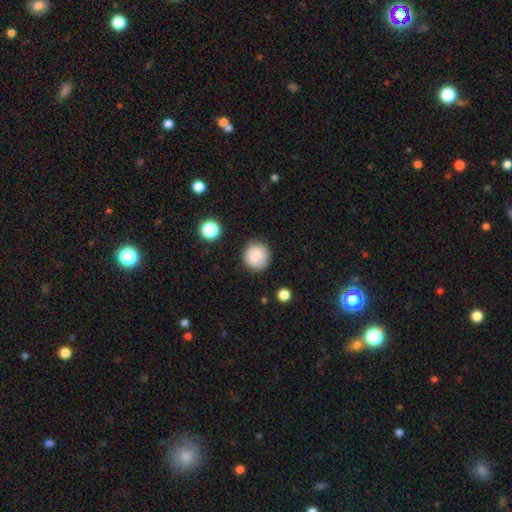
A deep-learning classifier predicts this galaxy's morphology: Smooth or featured?
  - smooth: 82% *
  - star or artifact: 9%
  - featured or disk: 9%
How rounded?
  - round: 94% *
  - in between: 5%
  - cigar-shaped: 1%
Merging?
  - none: 87% *
  - minor disturbance: 9%
  - major disturbance: 2%
  - merger: 2%